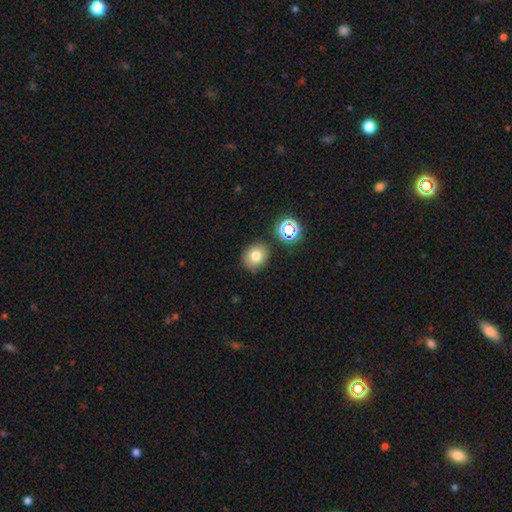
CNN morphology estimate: type=smooth (75%); roundness=round (73%); merging=none (83%).